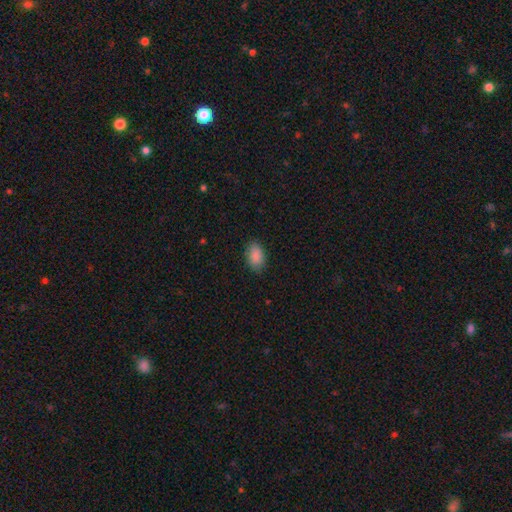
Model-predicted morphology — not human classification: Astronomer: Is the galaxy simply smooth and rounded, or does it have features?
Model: smooth — 90%.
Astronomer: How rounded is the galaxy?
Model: in between — 92%.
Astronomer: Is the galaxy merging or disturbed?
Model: none — 85%.